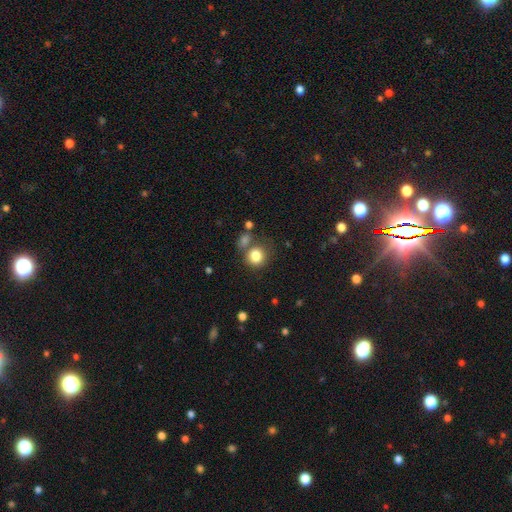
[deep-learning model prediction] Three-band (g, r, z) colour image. It shows a smooth galaxy with no disk features (83%) that is round (83%). Merging: none (64%).